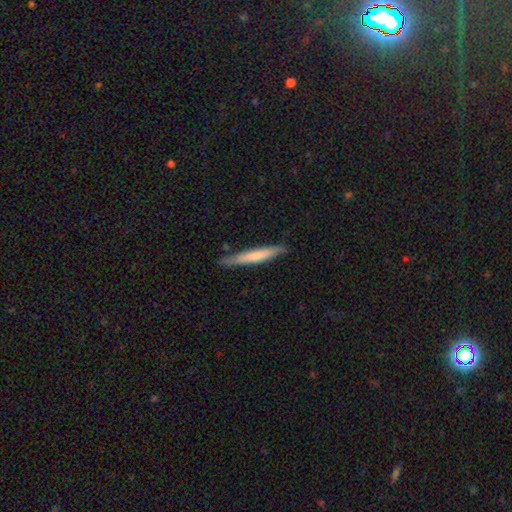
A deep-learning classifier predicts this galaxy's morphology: smooth-or-featured: smooth: 63% | featured or disk: 32% | star or artifact: 5%
  how-rounded: cigar-shaped: 95% | in between: 4% | round: 1%
  merging: none: 84% | minor disturbance: 13% | major disturbance: 2% | merger: 2%